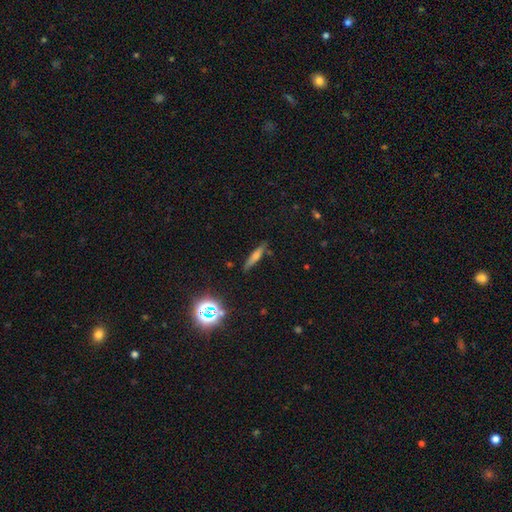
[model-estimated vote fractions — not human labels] This is marginally a featured or disk galaxy (42%). Merging: clearly none (85%).